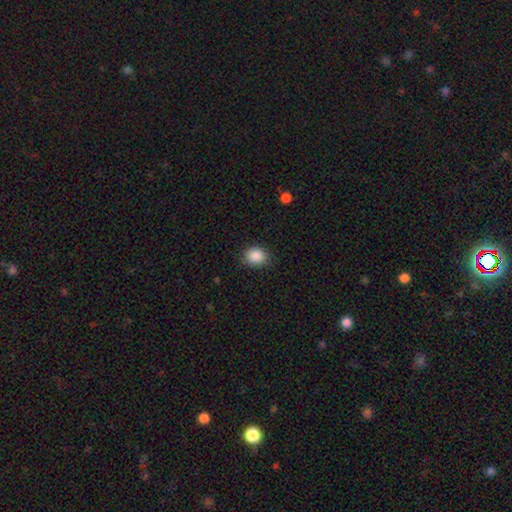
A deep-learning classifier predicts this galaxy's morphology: Q: Smooth or featured?
A: smooth (87%); runner-up: star or artifact (9%)
Q: How rounded?
A: round (60%); runner-up: in between (39%)
Q: Merging?
A: none (79%); runner-up: minor disturbance (16%)